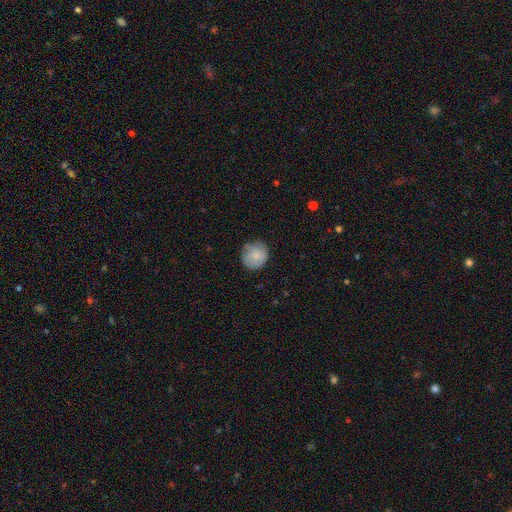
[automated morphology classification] Smooth or featured: smooth — 81% (featured or disk — 12%)
How rounded: round — 86% (in between — 13%)
Merging: none — 77% (minor disturbance — 18%)